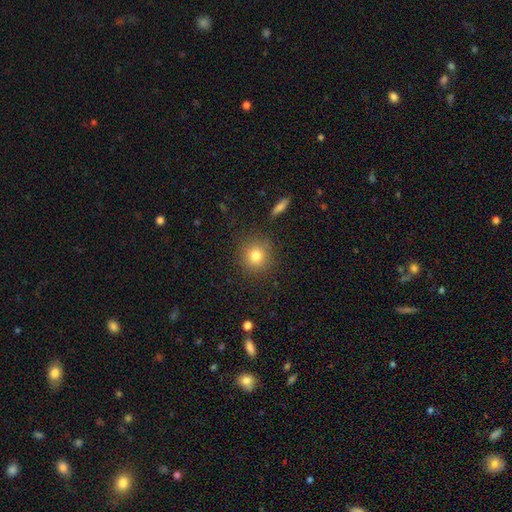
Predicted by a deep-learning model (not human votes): smooth 80%, star or artifact 12%, featured or disk 8%. Down the decision tree: how rounded — round (90%); merging — none (87%).